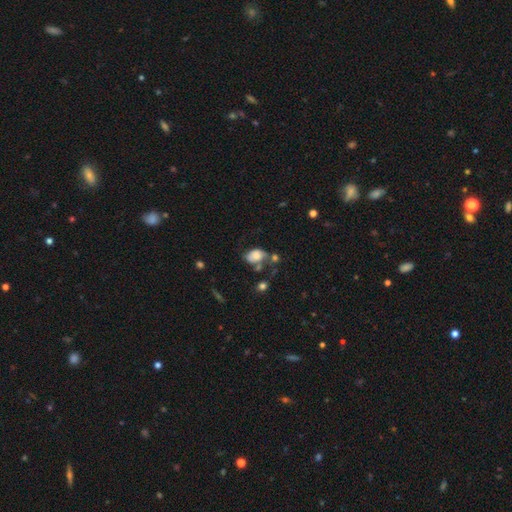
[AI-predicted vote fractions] The model was most divided on "merging": none: 32%, minor disturbance: 26%, merger: 21%, major disturbance: 20%. More confident: how rounded — in between (82%); smooth or featured — smooth (64%).